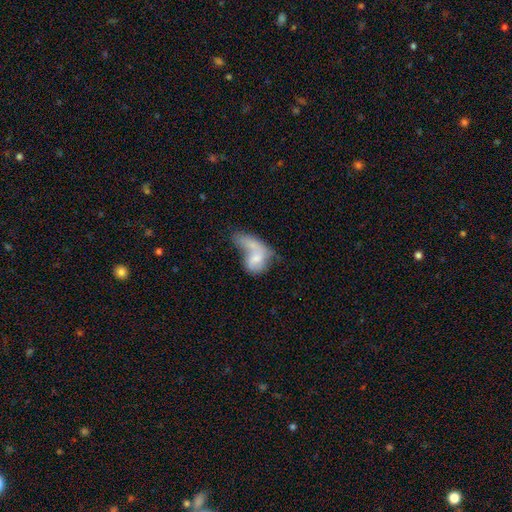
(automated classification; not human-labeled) Smooth or featured?
  - smooth: 52% *
  - featured or disk: 40%
  - star or artifact: 8%
How rounded?
  - in between: 80% *
  - round: 16%
  - cigar-shaped: 4%
Merging?
  - merger: 56% *
  - major disturbance: 21%
  - none: 13%
  - minor disturbance: 10%